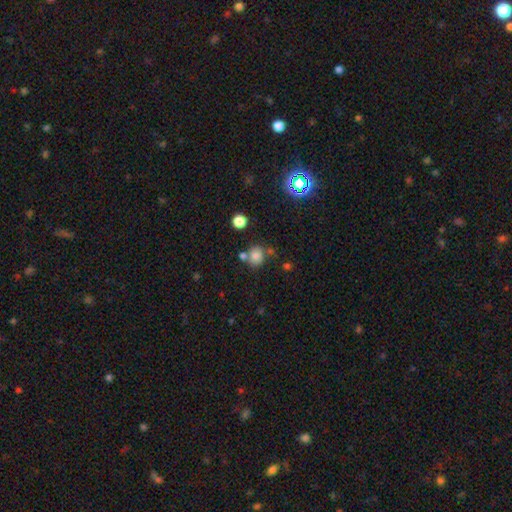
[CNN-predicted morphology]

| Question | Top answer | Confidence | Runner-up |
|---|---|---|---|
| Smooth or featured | smooth | 78% | star or artifact (14%) |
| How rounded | round | 82% | in between (17%) |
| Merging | none | 65% | merger (18%) |